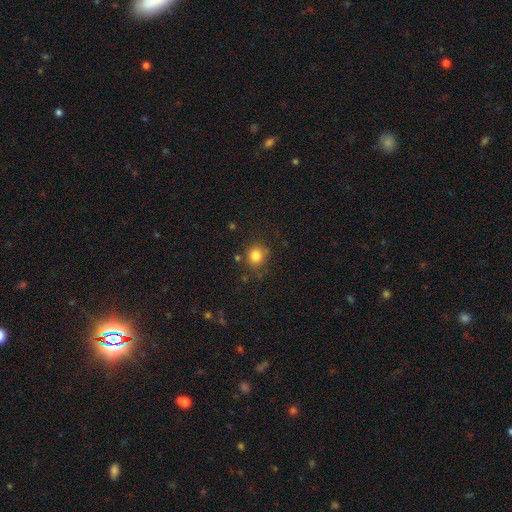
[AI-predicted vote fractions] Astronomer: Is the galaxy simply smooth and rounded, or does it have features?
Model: smooth — 83%.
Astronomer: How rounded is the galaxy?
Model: round — 84%.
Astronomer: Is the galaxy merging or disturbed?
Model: none — 79%.